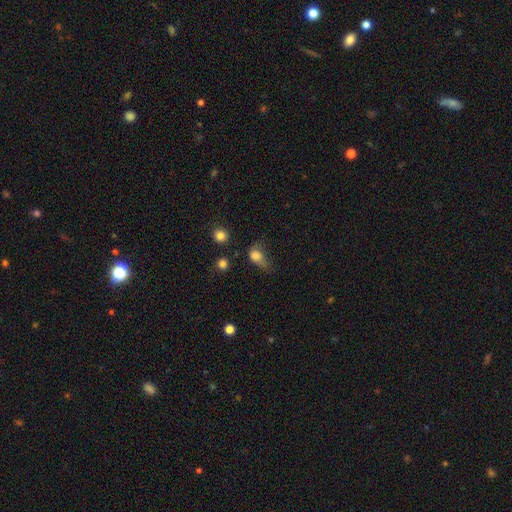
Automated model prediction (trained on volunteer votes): Overall: smooth (74%). How rounded: in between (65%; round 32%). Merging: major disturbance (39%; minor disturbance 32%).